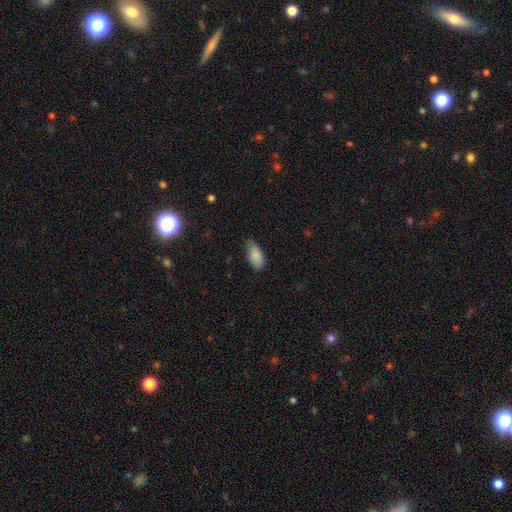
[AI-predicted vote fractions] Smooth or featured? smooth (87%)
How rounded? in between (92%)
Merging? none (64%)